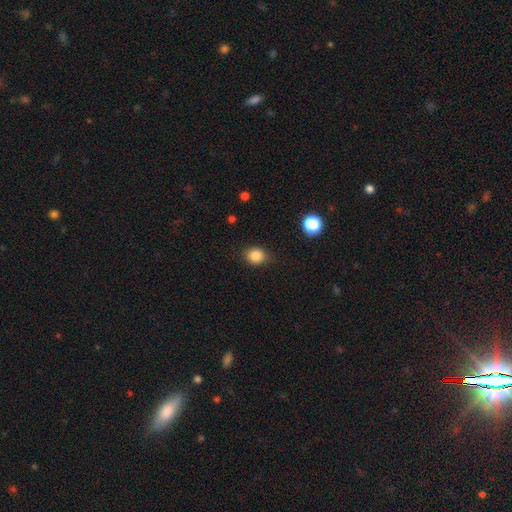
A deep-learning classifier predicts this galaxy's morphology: Smooth or featured?
  - smooth: 85% *
  - star or artifact: 11%
  - featured or disk: 4%
How rounded?
  - round: 61% *
  - in between: 38%
  - cigar-shaped: 1%
Merging?
  - none: 81% *
  - minor disturbance: 14%
  - major disturbance: 3%
  - merger: 1%